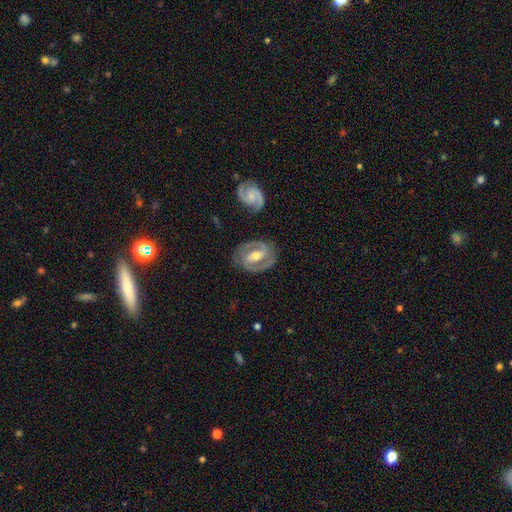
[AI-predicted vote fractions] A featured or disk galaxy (86%) with a strong bar (47%), 2 (91%) tight (46%) spiral arms (94%) and a moderate central bulge (68%). Merging: none (80%).